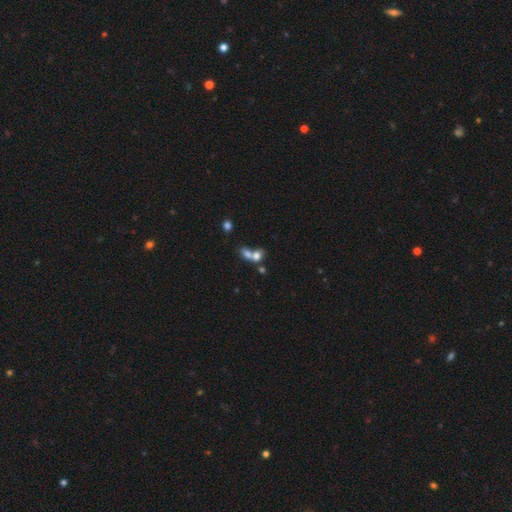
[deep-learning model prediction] Smooth or featured?
  - smooth: 69% *
  - featured or disk: 17%
  - star or artifact: 13%
How rounded?
  - in between: 58% *
  - round: 39%
  - cigar-shaped: 3%
Merging?
  - merger: 67% *
  - none: 21%
  - minor disturbance: 6%
  - major disturbance: 5%